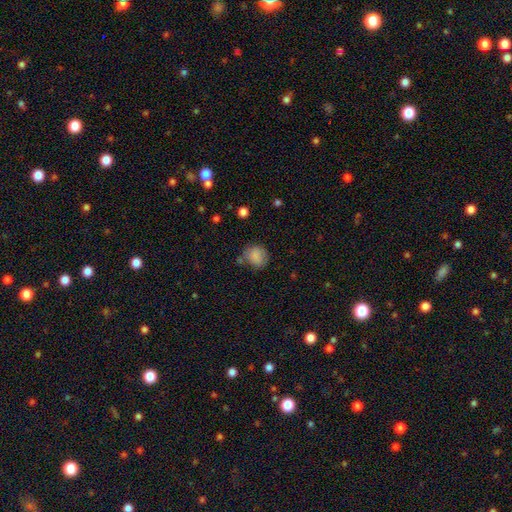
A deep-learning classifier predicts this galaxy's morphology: This is clearly a smooth galaxy (85%). How rounded: likely round (77%). Merging: likely none (69%).